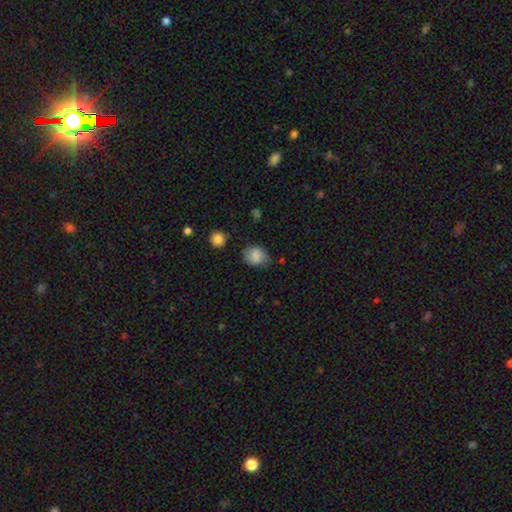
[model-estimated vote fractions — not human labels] Q: Smooth or featured?
A: smooth (83%); runner-up: star or artifact (9%)
Q: How rounded?
A: in between (55%); runner-up: round (44%)
Q: Merging?
A: none (70%); runner-up: minor disturbance (22%)